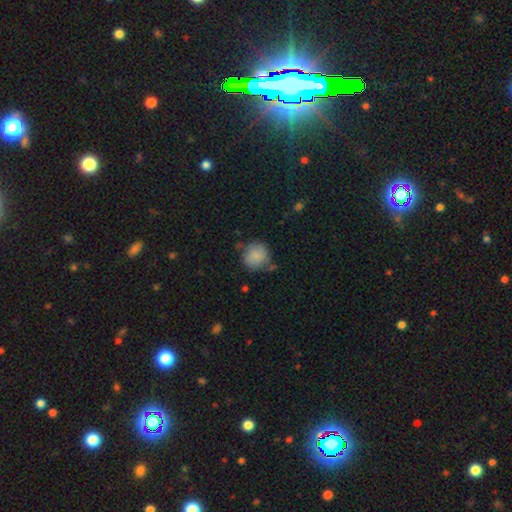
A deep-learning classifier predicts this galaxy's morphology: This appears to be a smooth galaxy with no disk features (83%) that is round (87%). Merging: none (65%).